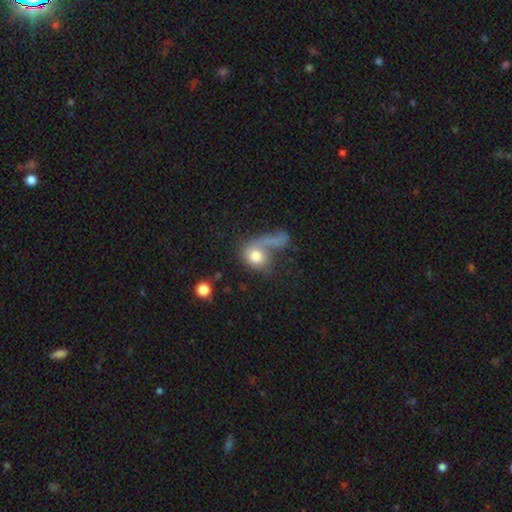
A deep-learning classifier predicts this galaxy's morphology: Smooth or featured: smooth — 72% (featured or disk — 20%)
How rounded: round — 58% (in between — 39%)
Merging: merger — 34% (major disturbance — 30%)